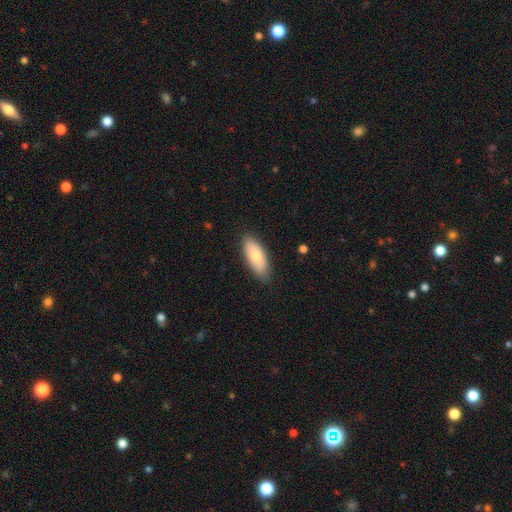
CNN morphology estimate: The model was most divided on "smooth or featured": smooth: 76%, featured or disk: 19%, star or artifact: 6%. More confident: how rounded — in between (82%); merging — none (82%).